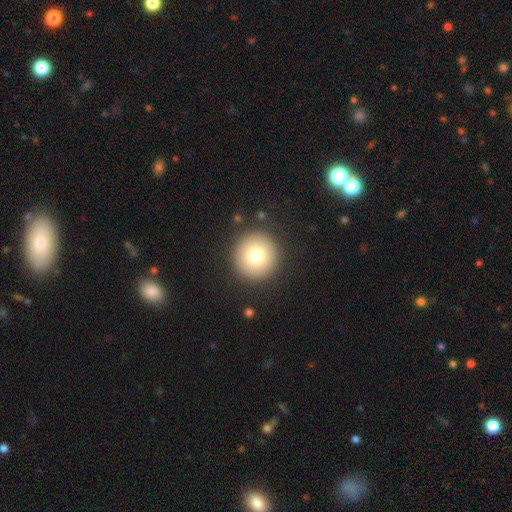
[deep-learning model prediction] smooth_or_featured: smooth (p=0.78) [alt: featured or disk p=0.12]
how_rounded: round (p=0.96) [alt: in between p=0.03]
merging: none (p=0.91) [alt: minor disturbance p=0.06]